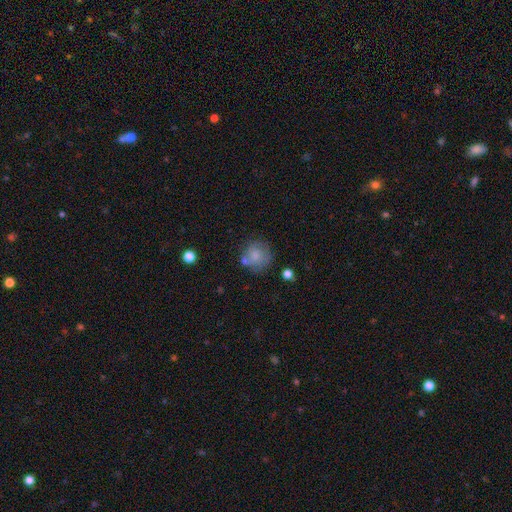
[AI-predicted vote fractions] Smooth or featured? smooth (74%)
How rounded? round (87%)
Merging? none (59%)